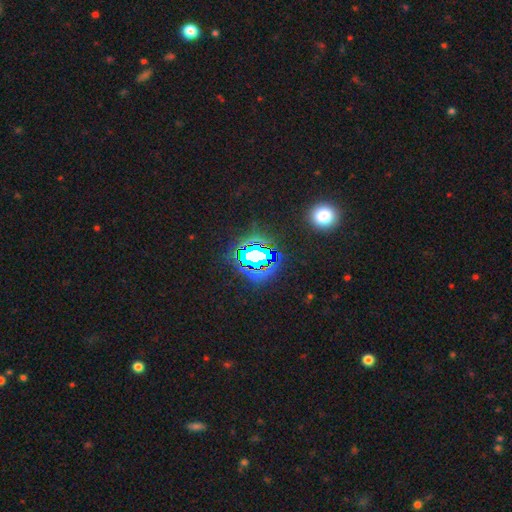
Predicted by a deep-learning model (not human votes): Smooth or featured: star or artifact — 75% (smooth — 14%)